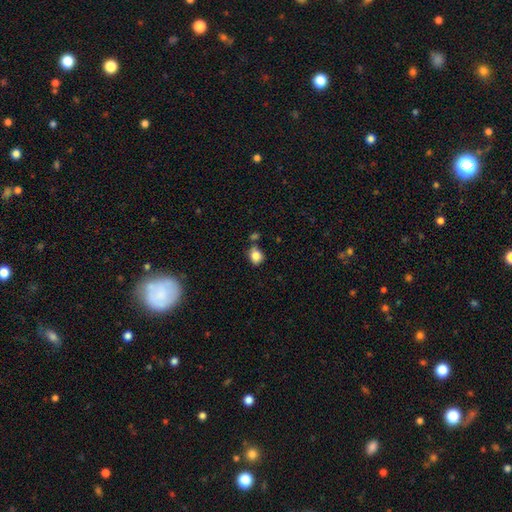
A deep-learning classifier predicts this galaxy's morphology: Smooth or featured?
  - smooth: 85% *
  - star or artifact: 9%
  - featured or disk: 6%
How rounded?
  - round: 54% *
  - in between: 45%
  - cigar-shaped: 1%
Merging?
  - none: 68% *
  - minor disturbance: 15%
  - merger: 13%
  - major disturbance: 4%